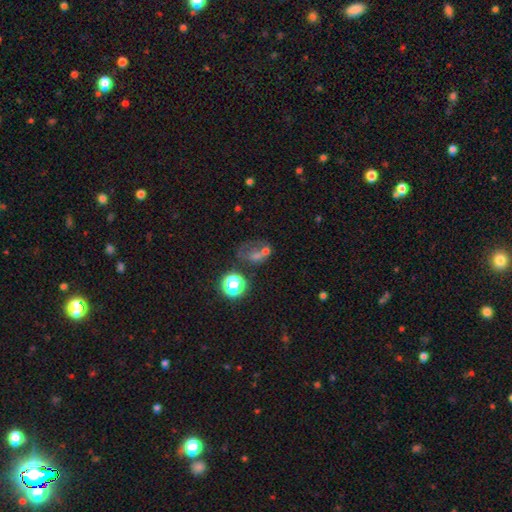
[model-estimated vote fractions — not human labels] A smooth galaxy with no disk features (40%). Merging: none (34%).